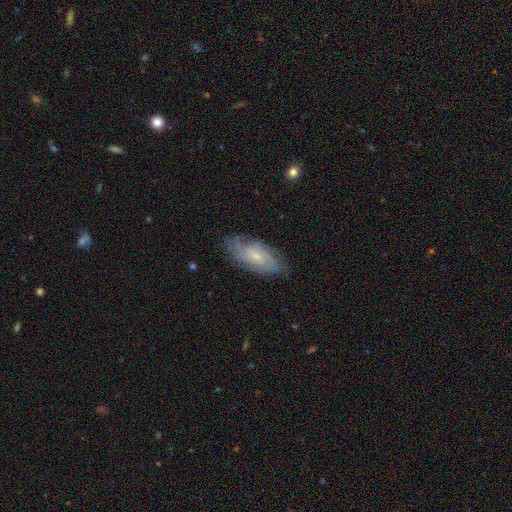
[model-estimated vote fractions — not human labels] A featured or disk galaxy (69%) with no bar (64%), tight (52%) spiral arms (91%) and a small central bulge (72%). Merging: none (75%).